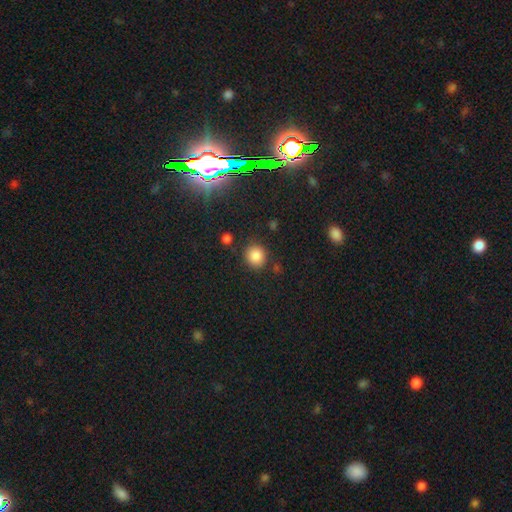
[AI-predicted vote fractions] Smooth or featured? smooth (85%)
How rounded? round (87%)
Merging? none (83%)